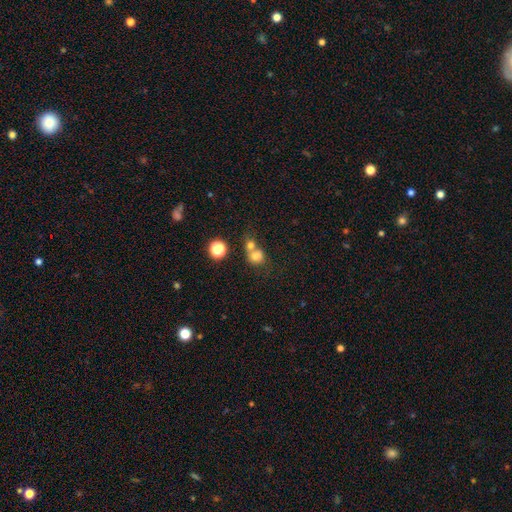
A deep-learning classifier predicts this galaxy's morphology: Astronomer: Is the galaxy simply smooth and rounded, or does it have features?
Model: smooth — 74%.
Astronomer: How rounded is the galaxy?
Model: round — 76%.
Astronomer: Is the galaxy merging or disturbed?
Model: merger — 53% (runner-up: none, 34%).